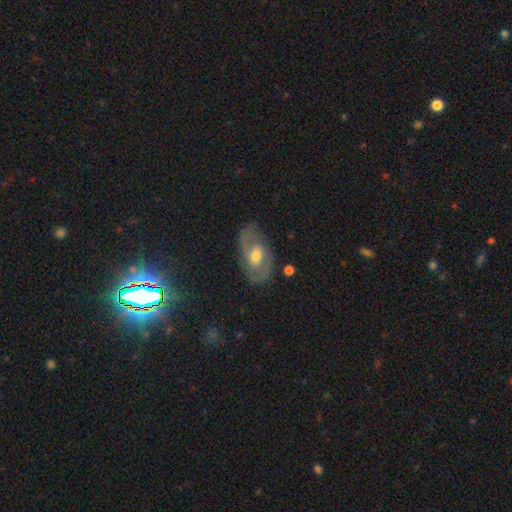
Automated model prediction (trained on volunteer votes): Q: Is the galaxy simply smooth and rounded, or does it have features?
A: featured or disk — 73%.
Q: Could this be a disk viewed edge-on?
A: no — 94%.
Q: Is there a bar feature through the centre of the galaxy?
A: weak — 48%.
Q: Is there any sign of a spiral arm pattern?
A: yes — 83%.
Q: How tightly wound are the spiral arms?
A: medium — 46%.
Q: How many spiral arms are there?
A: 2 — 75%.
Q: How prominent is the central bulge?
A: moderate — 70%.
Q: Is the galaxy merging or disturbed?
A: none — 75%.